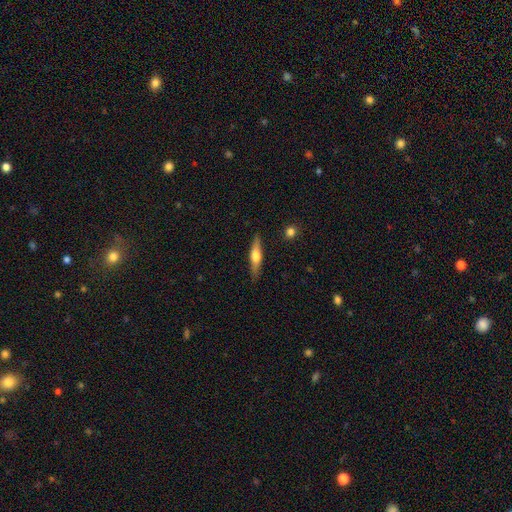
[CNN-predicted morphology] Smooth or featured? Predicted: featured or disk (p=0.52). Edge-on disk? Predicted: yes (p=0.94). Merging? Predicted: none (p=0.87).